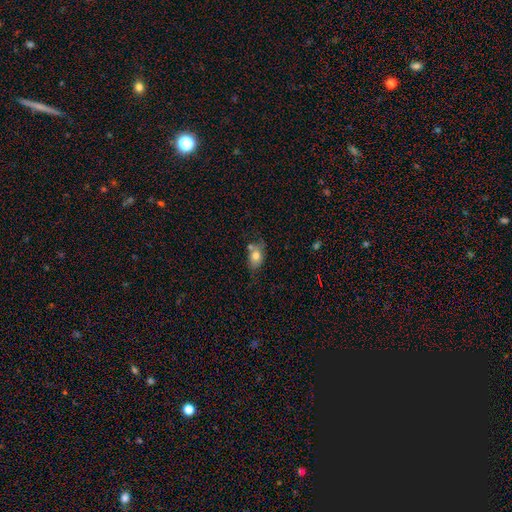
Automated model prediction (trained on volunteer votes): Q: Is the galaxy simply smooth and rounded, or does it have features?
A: smooth — 74%.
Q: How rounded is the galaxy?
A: in between — 75%.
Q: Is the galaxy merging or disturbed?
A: none — 49%.